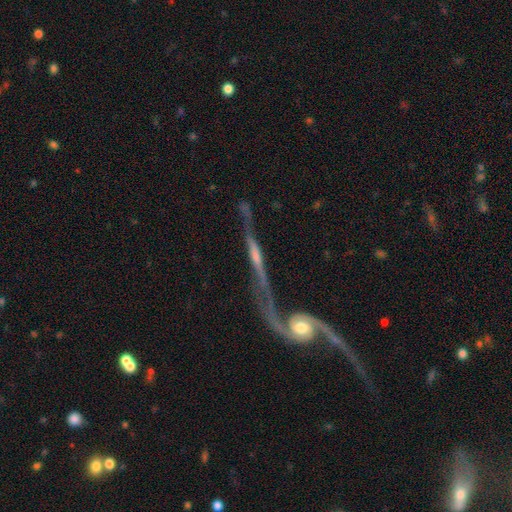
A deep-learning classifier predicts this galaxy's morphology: Q: Smooth or featured?
A: featured or disk (81%); runner-up: smooth (13%)
Q: Edge-on disk?
A: yes (62%); runner-up: no (38%)
Q: Edge-on bulge?
A: rounded (50%); runner-up: none (29%)
Q: Merging?
A: none (34%); runner-up: merger (31%)